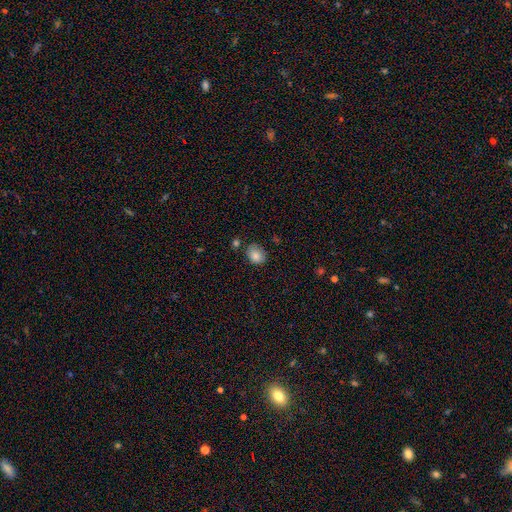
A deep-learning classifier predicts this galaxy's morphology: The model was most divided on "how rounded": in between: 55%, round: 44%, cigar-shaped: 1%. More confident: smooth or featured — smooth (85%); merging — none (71%).